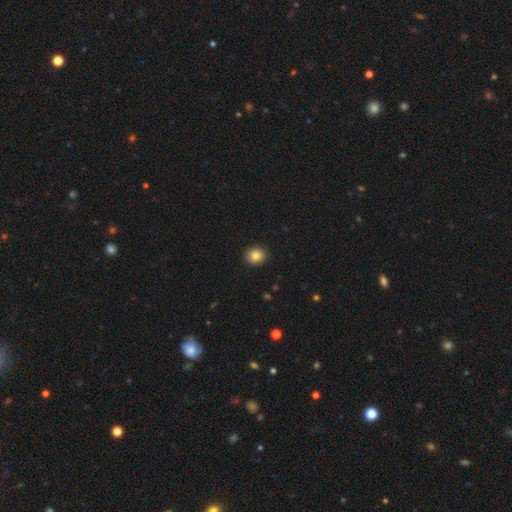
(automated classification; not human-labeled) Smooth or featured?
  - smooth: 83% *
  - star or artifact: 10%
  - featured or disk: 7%
How rounded?
  - round: 85% *
  - in between: 14%
  - cigar-shaped: 1%
Merging?
  - none: 92% *
  - minor disturbance: 5%
  - major disturbance: 2%
  - merger: 1%